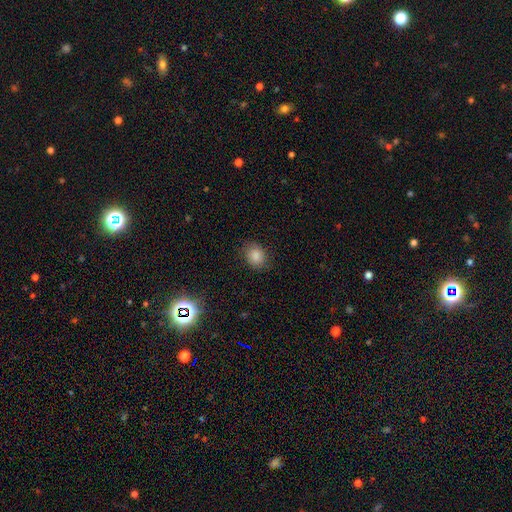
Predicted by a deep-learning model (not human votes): This appears to be a smooth galaxy with no disk features (85%) that is round (57%). Merging: none (83%).